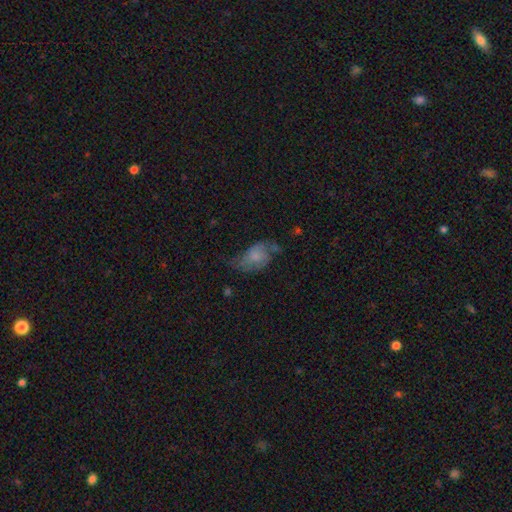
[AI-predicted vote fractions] smooth_or_featured: smooth (p=0.48) [alt: featured or disk p=0.42]
merging: none (p=0.35) [alt: minor disturbance p=0.32]